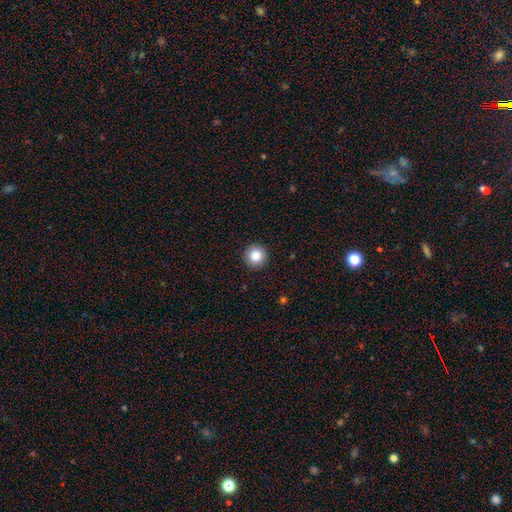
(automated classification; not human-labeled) This is clearly a smooth galaxy (86%). How rounded: clearly round (95%). Merging: clearly none (92%).